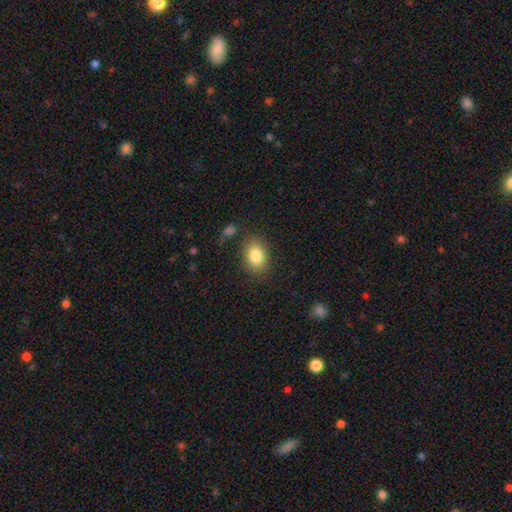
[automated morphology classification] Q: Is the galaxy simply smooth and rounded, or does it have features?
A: smooth — 84%.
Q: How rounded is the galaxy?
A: in between — 72%.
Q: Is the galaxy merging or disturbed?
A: none — 81%.